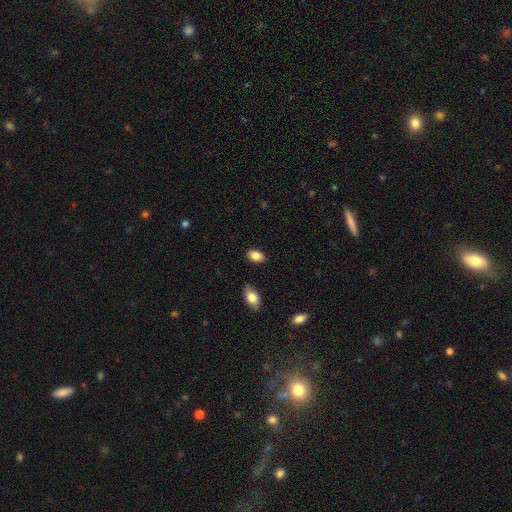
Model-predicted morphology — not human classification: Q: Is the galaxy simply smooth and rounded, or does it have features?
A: smooth — 86%.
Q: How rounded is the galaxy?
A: in between — 88%.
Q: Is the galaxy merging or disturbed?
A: none — 86%.